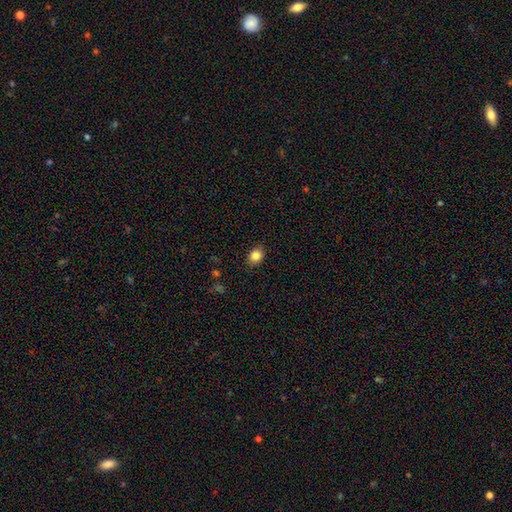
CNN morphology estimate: A smooth galaxy with no disk features (84%) that is in between round and cigar-shaped (55%).

Vote fractions:
- Smooth or featured? smooth: 84% / star or artifact: 10% / featured or disk: 6%
- How rounded? in between: 55% / round: 44% / cigar-shaped: 1%
- Merging? none: 88% / minor disturbance: 9% / major disturbance: 2% / merger: 1%